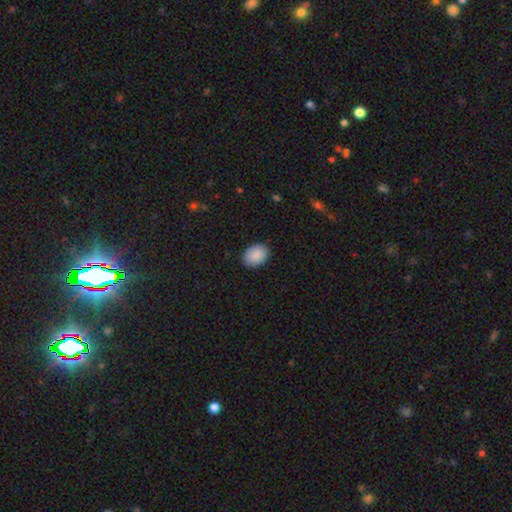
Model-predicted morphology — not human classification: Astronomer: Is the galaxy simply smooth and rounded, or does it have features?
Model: smooth — 90%.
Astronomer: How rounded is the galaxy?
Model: in between — 68%.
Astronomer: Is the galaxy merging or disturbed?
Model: none — 89%.